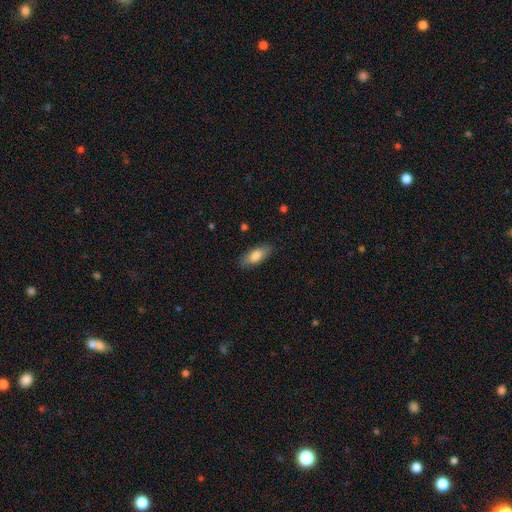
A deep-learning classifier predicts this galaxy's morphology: Smooth or featured? smooth (79%)
How rounded? in between (78%)
Merging? none (83%)